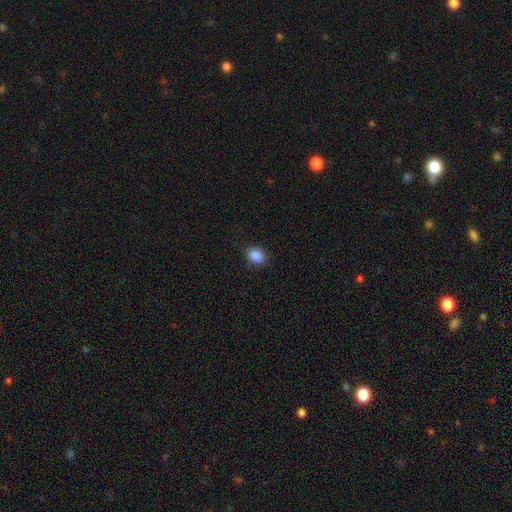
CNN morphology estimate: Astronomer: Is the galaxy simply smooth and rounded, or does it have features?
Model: smooth — 88%.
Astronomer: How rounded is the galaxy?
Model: in between — 53% (runner-up: round, 46%).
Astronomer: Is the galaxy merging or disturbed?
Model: none — 88%.